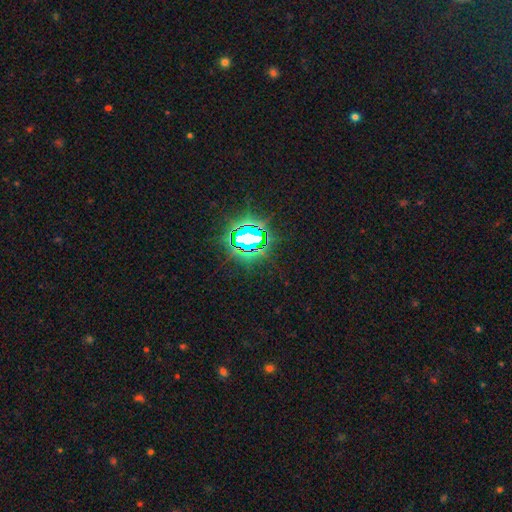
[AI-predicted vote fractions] Smooth or featured?
  - star or artifact: 83% *
  - smooth: 11%
  - featured or disk: 6%